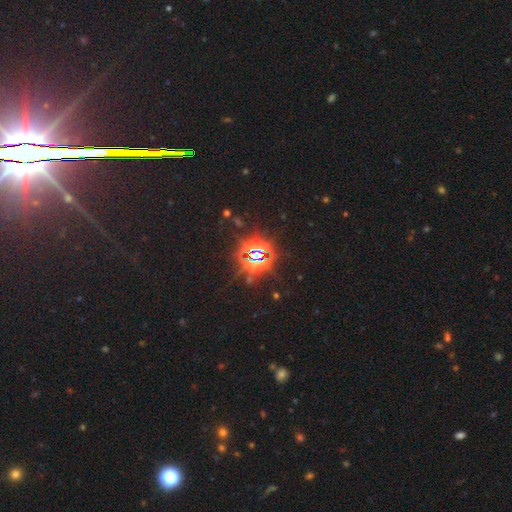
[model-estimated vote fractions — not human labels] This is clearly a star or artifact rather than a galaxy (83%).